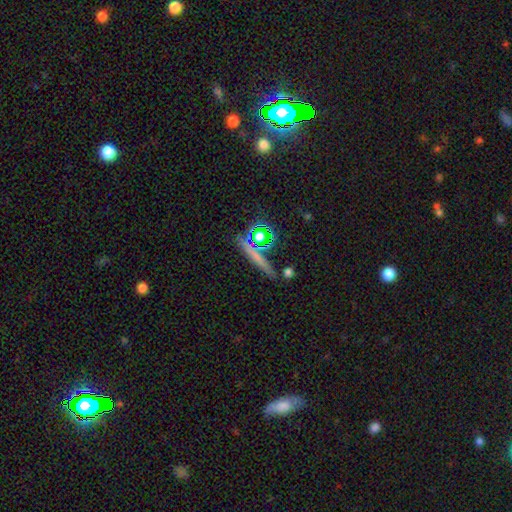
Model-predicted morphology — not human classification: Q: Smooth or featured?
A: smooth (52%); runner-up: star or artifact (25%)
Q: How rounded?
A: cigar-shaped (75%); runner-up: round (14%)
Q: Merging?
A: none (83%); runner-up: minor disturbance (9%)